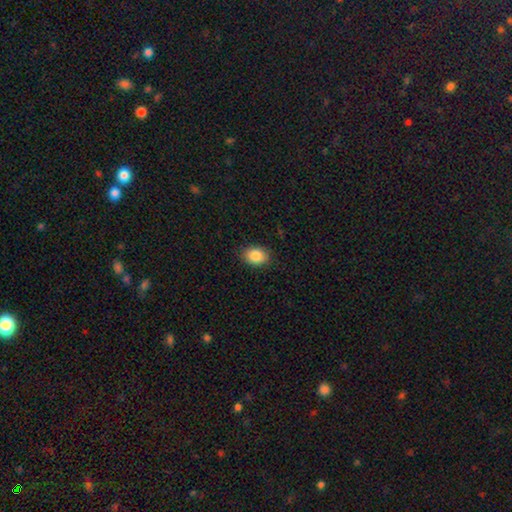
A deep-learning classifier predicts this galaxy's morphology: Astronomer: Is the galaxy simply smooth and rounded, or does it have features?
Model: smooth — 87%.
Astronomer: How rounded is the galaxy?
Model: in between — 68%.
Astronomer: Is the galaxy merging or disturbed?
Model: none — 87%.